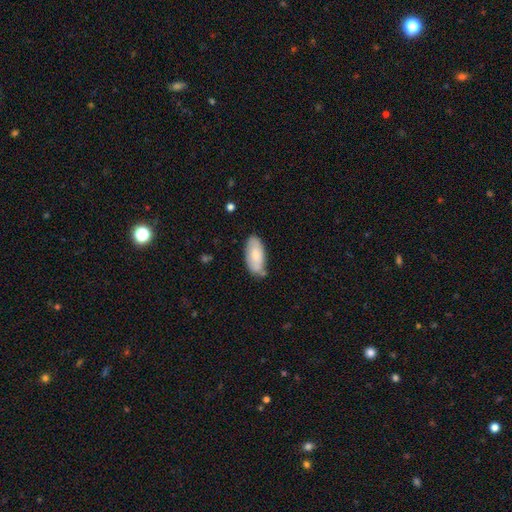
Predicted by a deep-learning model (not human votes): smooth-or-featured: smooth: 73% | featured or disk: 21% | star or artifact: 6%
  how-rounded: in between: 91% | cigar-shaped: 8% | round: 2%
  merging: none: 68% | minor disturbance: 22% | merger: 6% | major disturbance: 4%